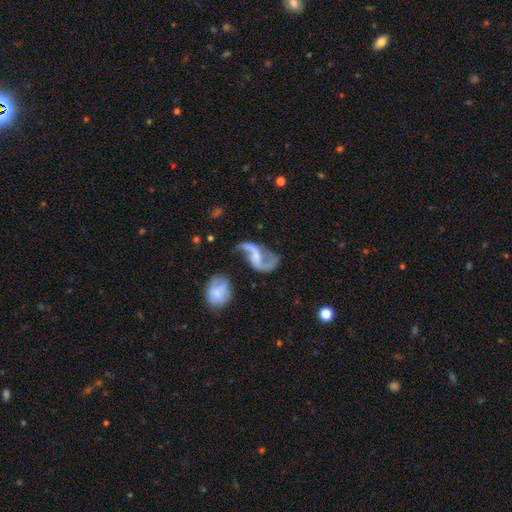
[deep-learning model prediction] A featured or disk galaxy (86%) with a weak bar (44%), 2 (90%) loose (80%) spiral arms (93%) and a small central bulge (38%). Merging: none (53%).